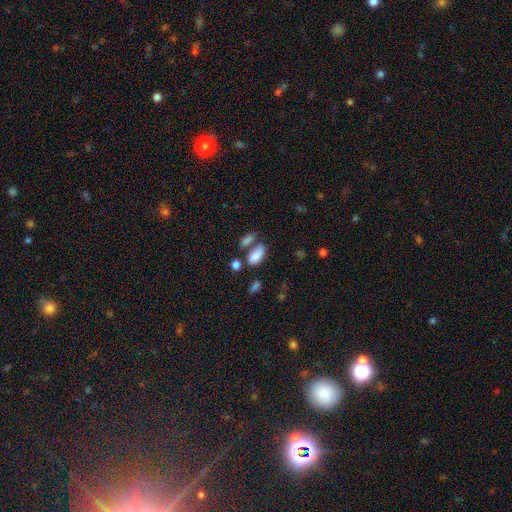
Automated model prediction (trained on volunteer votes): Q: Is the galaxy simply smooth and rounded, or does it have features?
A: smooth — 84%.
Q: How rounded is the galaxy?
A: in between — 90%.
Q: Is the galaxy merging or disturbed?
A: none — 49%.